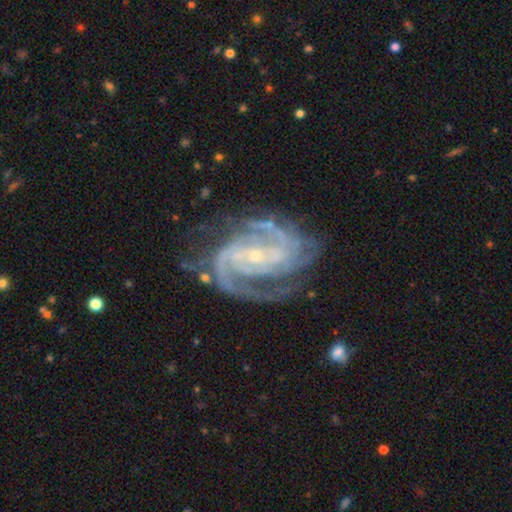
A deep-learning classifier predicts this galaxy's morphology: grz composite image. It shows a featured or disk galaxy (92%) with a weak bar (37%, tied with no), 2 (45%) tight (55%) spiral arms (98%) and a small central bulge (80%). Merging: none (67%).